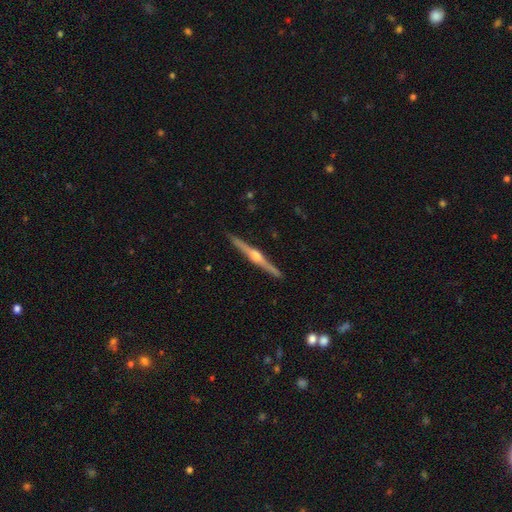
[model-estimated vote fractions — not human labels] A featured or disk galaxy (86%) viewed edge-on (99%) with a rounded central bulge (90%). Merging: none (93%).